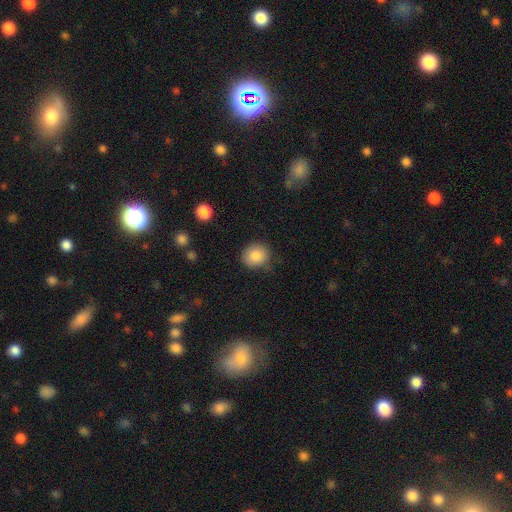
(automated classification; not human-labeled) A smooth galaxy with no disk features (85%) that is round (79%). Merging: none (79%).